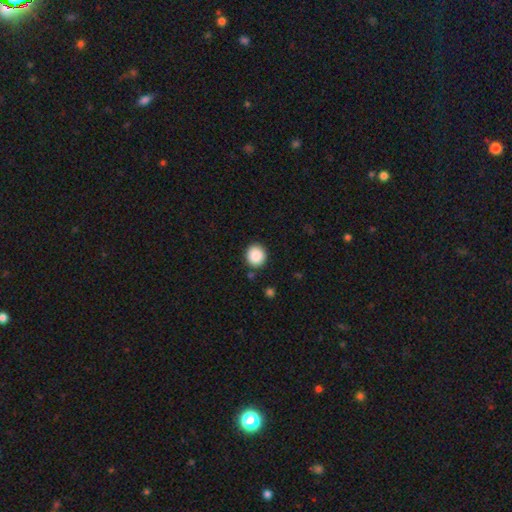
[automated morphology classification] Smooth or featured? Predicted: smooth (p=0.88). How rounded? Predicted: round (p=0.88). Merging? Predicted: none (p=0.88).